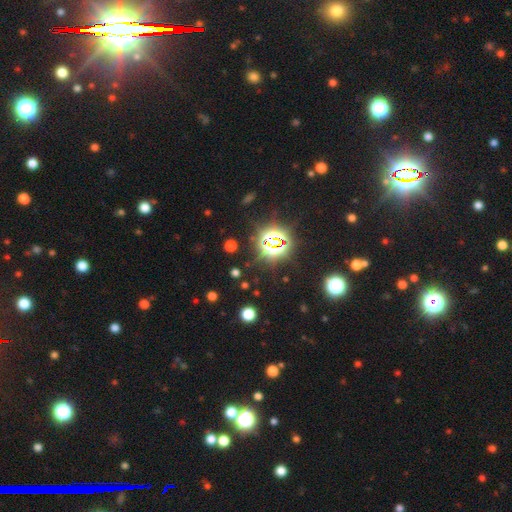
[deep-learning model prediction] Smooth or featured?
  - star or artifact: 80% *
  - smooth: 13%
  - featured or disk: 7%